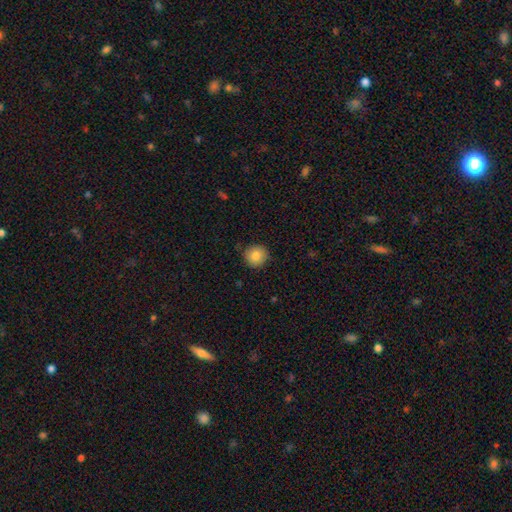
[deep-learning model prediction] Smooth or featured? Predicted: smooth (p=0.84). How rounded? Predicted: round (p=0.93). Merging? Predicted: none (p=0.88).